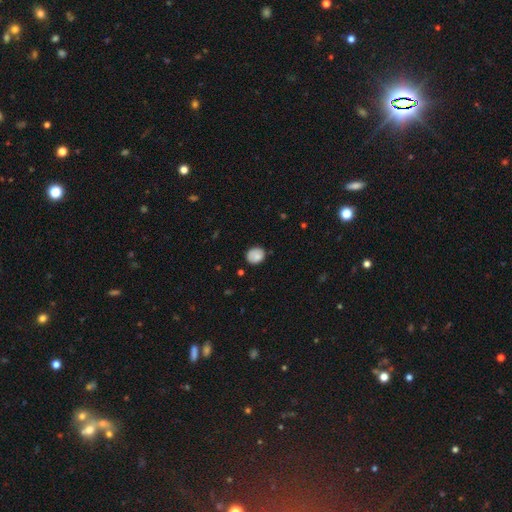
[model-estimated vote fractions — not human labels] Smooth or featured: smooth — 80% (featured or disk — 12%)
How rounded: round — 61% (in between — 38%)
Merging: none — 72% (minor disturbance — 22%)